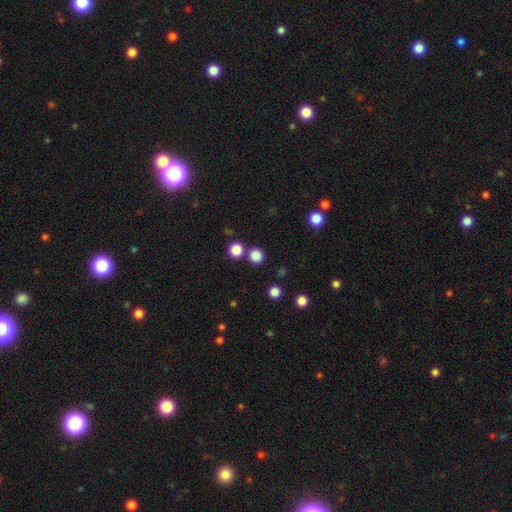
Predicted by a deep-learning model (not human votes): A smooth galaxy with no disk features (82%) that is round (93%). Merging: none (80%).